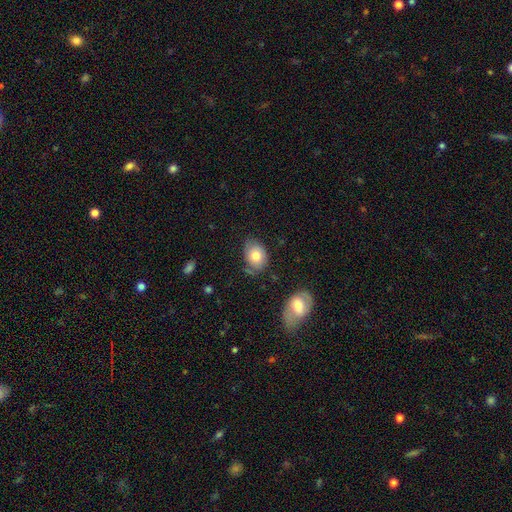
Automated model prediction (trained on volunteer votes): smooth_or_featured: smooth (p=0.76) [alt: featured or disk p=0.17]
how_rounded: in between (p=0.70) [alt: round p=0.29]
merging: none (p=0.63) [alt: minor disturbance p=0.26]